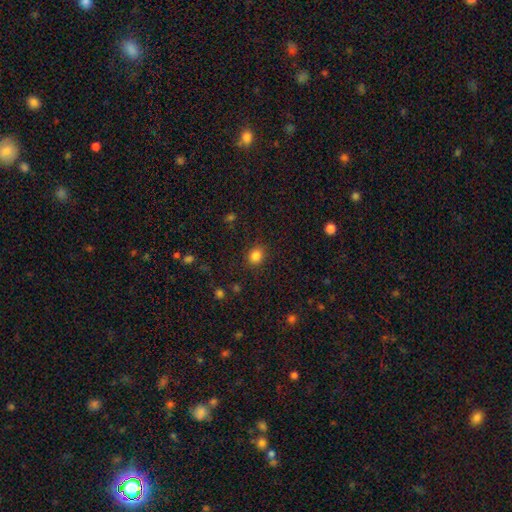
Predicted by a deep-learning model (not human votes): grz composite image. It shows a smooth galaxy with no disk features (84%) that is round (70%). Merging: none (86%).